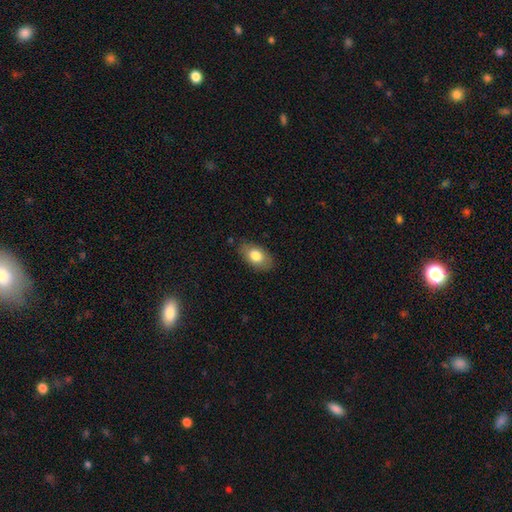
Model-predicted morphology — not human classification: Overall: smooth (79%). How rounded: in between (91%). Merging: none (81%).